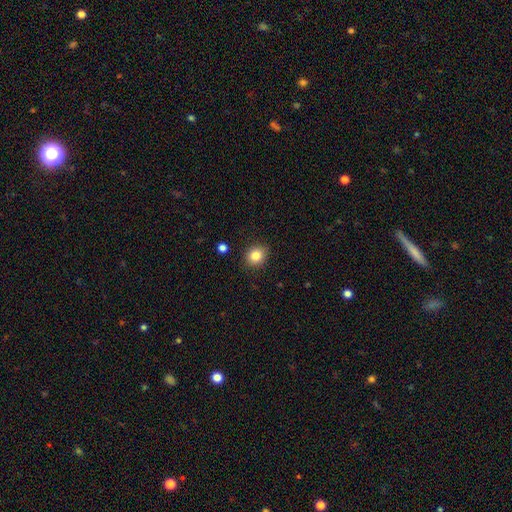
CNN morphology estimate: type=smooth (84%); roundness=round (70%); merging=none (89%).